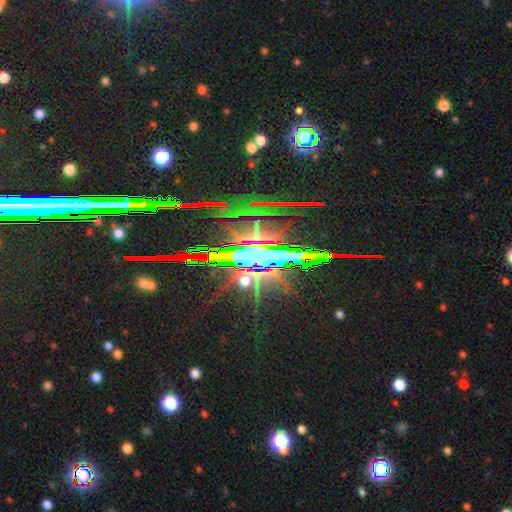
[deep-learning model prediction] The model was most divided on "smooth or featured": star or artifact: 69%, featured or disk: 22%, smooth: 9%.